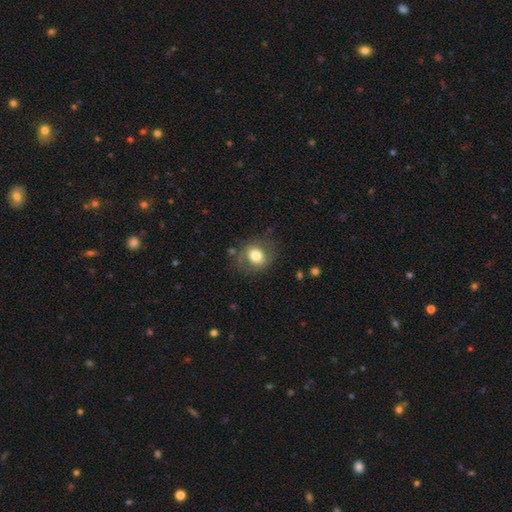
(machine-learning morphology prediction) smooth 71%, featured or disk 20%, star or artifact 9%. Down the decision tree: how rounded — round (63%); merging — none (73%).